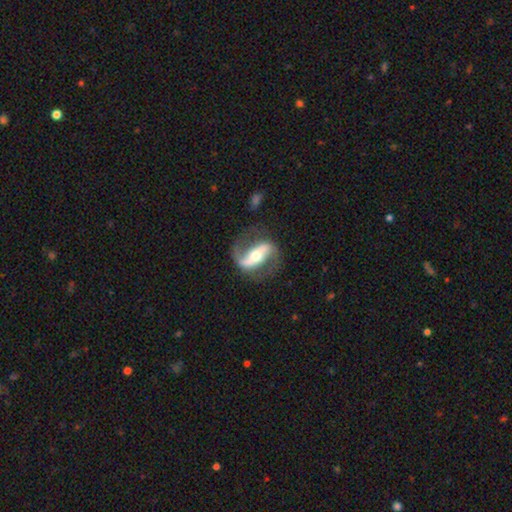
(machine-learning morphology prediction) Overall: featured or disk (86%). Edge-on disk: no (94%). Bar: strong (59%; weak 22%). Spiral arms: yes (93%). Spiral arm count: 2 (86%). Spiral winding: loose (50%; medium 38%). Bulge size: moderate (62%; small 27%). Merging: none (71%).